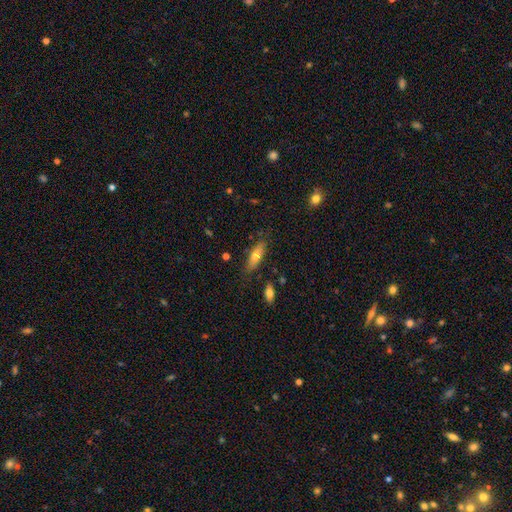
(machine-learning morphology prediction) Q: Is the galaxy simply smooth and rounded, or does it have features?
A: smooth — 63%.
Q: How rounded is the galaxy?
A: in between — 52%.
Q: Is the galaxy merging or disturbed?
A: none — 80%.